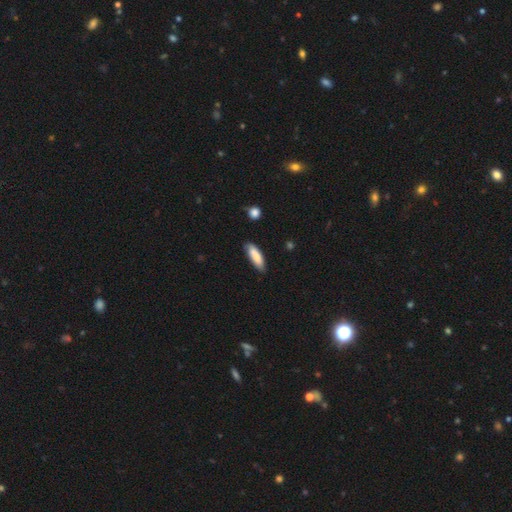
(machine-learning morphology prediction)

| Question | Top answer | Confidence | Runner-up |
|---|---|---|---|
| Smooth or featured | smooth | 84% | featured or disk (10%) |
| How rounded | cigar-shaped | 53% | in between (46%) |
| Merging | none | 78% | minor disturbance (18%) |